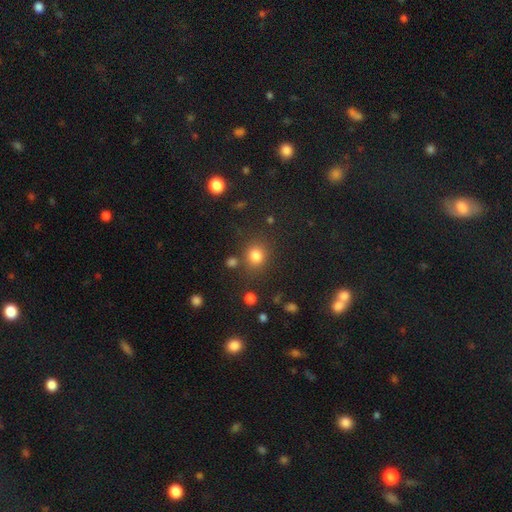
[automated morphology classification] Q: Smooth or featured?
A: smooth (80%); runner-up: star or artifact (14%)
Q: How rounded?
A: round (81%); runner-up: in between (18%)
Q: Merging?
A: none (79%); runner-up: minor disturbance (10%)